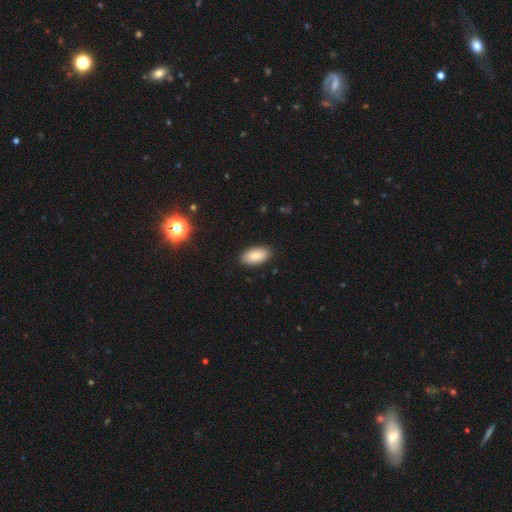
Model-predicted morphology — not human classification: A smooth galaxy with no disk features (86%) that is in between round and cigar-shaped (95%). Merging: none (89%).